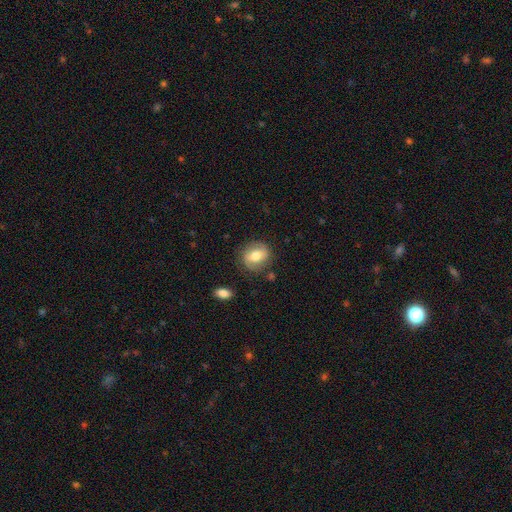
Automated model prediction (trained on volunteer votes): Smooth or featured? smooth (59%)
How rounded? round (62%)
Merging? none (76%)